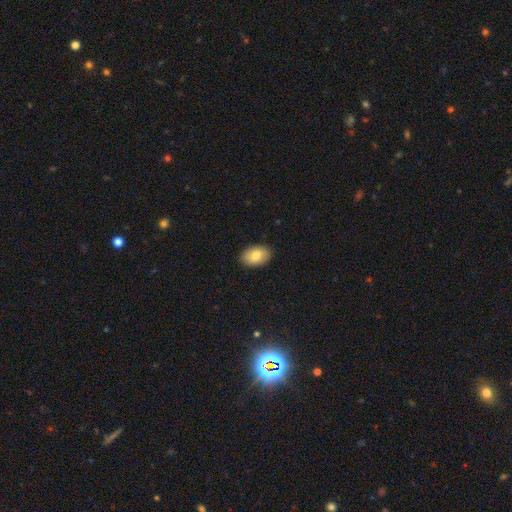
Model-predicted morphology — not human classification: type=smooth (79%); roundness=in between (89%); merging=none (88%).